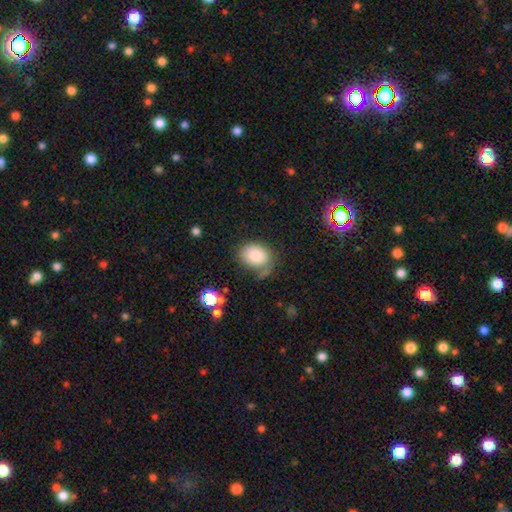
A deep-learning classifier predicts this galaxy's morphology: Smooth or featured? smooth (81%)
How rounded? in between (62%)
Merging? none (57%)